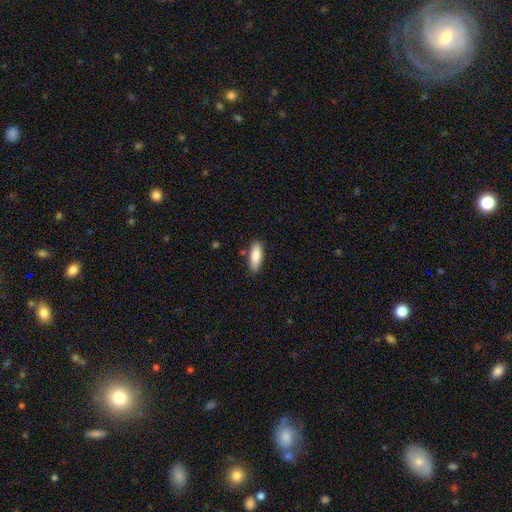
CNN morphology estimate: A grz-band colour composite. It shows a smooth galaxy with no disk features (86%) that is in between round and cigar-shaped (64%). Merging: none (84%).